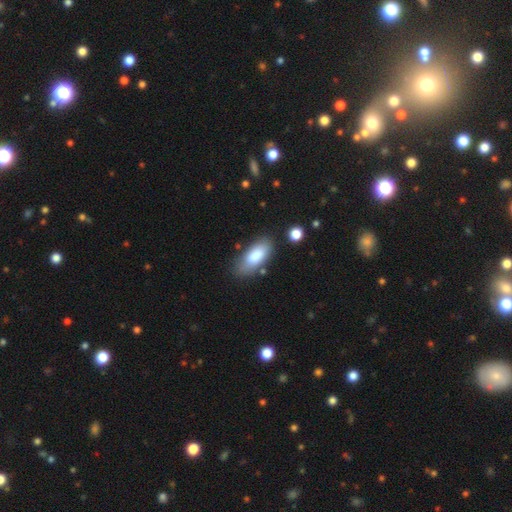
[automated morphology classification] A smooth galaxy with no disk features (82%) that is in between round and cigar-shaped (86%).

Vote fractions:
- Smooth or featured? smooth: 82% / featured or disk: 12% / star or artifact: 6%
- How rounded? in between: 86% / cigar-shaped: 12% / round: 2%
- Merging? none: 77% / minor disturbance: 15% / major disturbance: 4% / merger: 4%